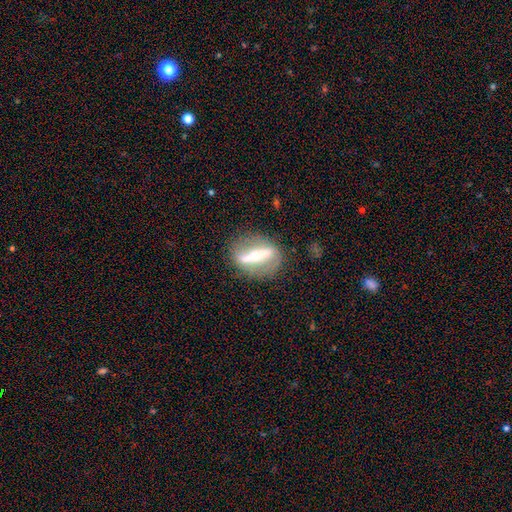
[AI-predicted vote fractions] Overall: featured or disk (76%). Edge-on disk: no (58%; yes 42%). Merging: none (80%).